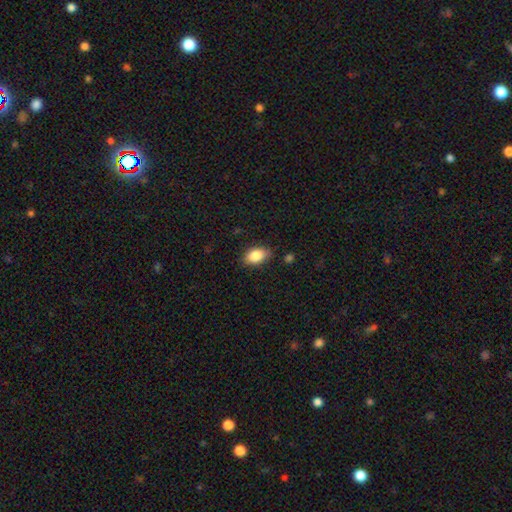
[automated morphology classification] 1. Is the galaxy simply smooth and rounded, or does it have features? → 86% smooth, 7% star or artifact, 6% featured or disk.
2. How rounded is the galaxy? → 89% in between, 10% round, 2% cigar-shaped.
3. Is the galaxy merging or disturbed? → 80% none, 15% minor disturbance, 3% major disturbance, 2% merger.